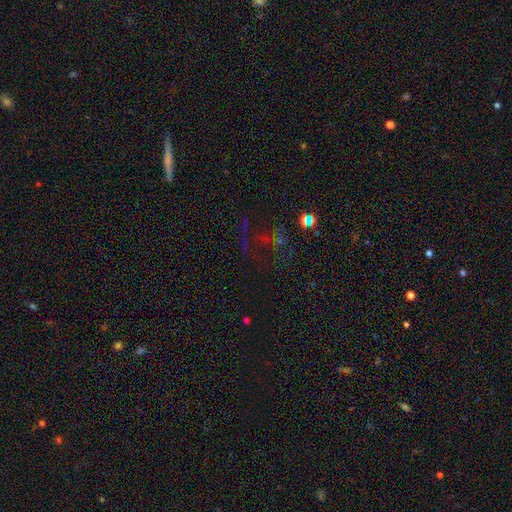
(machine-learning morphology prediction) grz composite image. It shows a star or artifact, not a galaxy (64%).